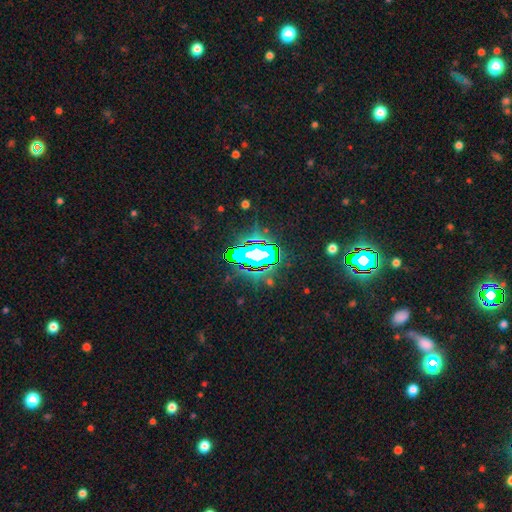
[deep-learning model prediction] Smooth or featured? star or artifact (72%)